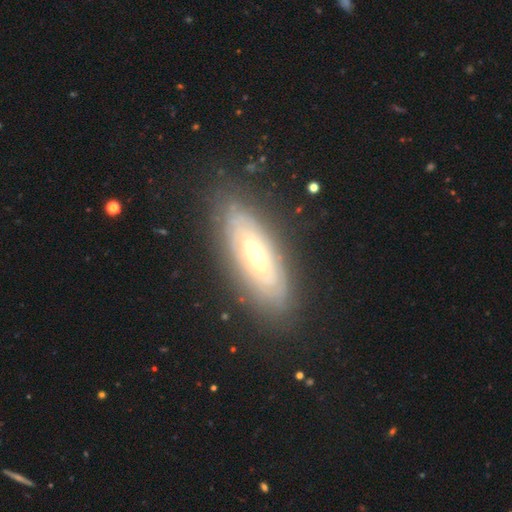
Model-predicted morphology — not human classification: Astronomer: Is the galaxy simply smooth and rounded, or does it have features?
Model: featured or disk — 74%.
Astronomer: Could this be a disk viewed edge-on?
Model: no — 81%.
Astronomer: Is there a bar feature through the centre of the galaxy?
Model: no — 75%.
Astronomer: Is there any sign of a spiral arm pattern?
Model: yes — 71%.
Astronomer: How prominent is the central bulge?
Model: moderate — 47% (runner-up: small, 46%).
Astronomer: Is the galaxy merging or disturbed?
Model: none — 82%.